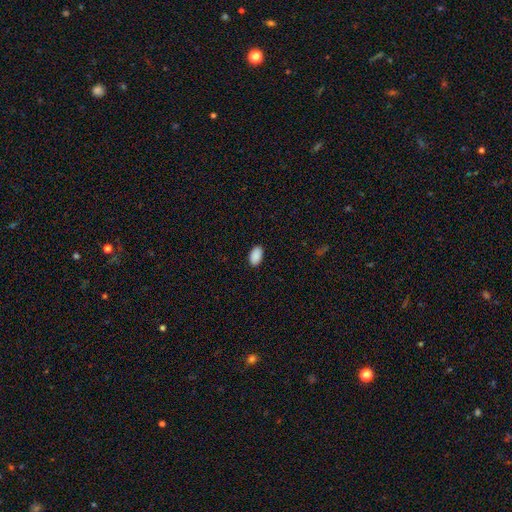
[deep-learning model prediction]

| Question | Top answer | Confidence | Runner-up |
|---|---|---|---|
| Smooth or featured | smooth | 91% | star or artifact (7%) |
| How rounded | in between | 94% | round (5%) |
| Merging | none | 89% | minor disturbance (8%) |